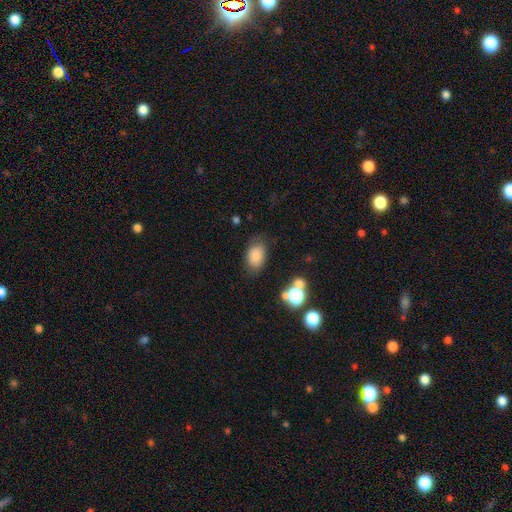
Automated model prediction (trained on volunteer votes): Smooth or featured?
  - smooth: 81% *
  - star or artifact: 11%
  - featured or disk: 8%
How rounded?
  - in between: 85% *
  - round: 14%
  - cigar-shaped: 1%
Merging?
  - none: 72% *
  - minor disturbance: 18%
  - major disturbance: 6%
  - merger: 3%